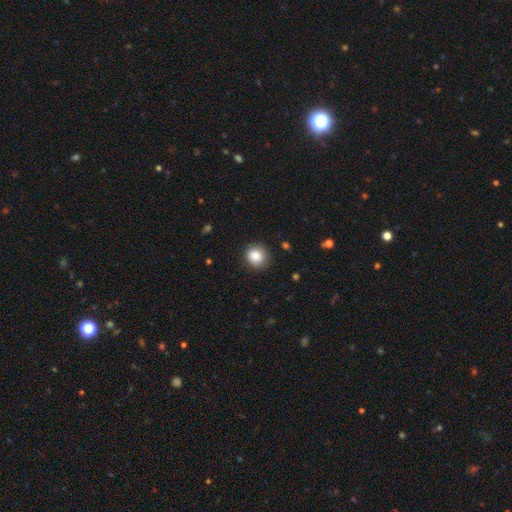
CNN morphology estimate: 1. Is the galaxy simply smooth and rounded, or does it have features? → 85% smooth, 9% star or artifact, 6% featured or disk.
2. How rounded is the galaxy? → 81% round, 18% in between, 1% cigar-shaped.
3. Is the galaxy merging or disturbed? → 86% none, 10% minor disturbance, 3% major disturbance, 1% merger.